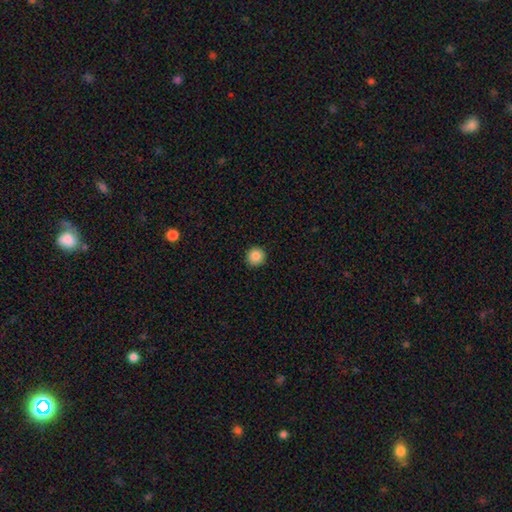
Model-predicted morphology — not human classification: Smooth or featured: smooth — 86% (star or artifact — 10%)
How rounded: round — 95% (in between — 4%)
Merging: none — 93% (minor disturbance — 5%)